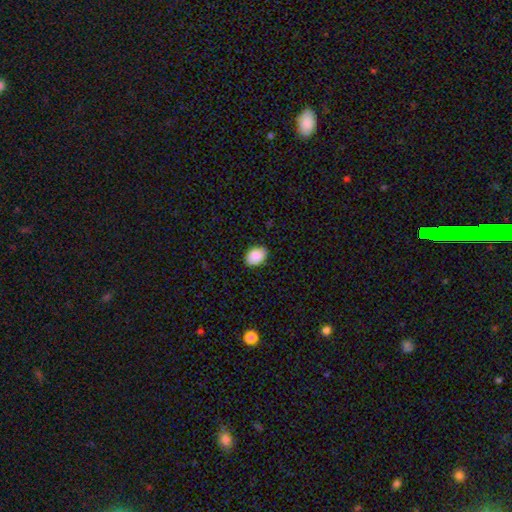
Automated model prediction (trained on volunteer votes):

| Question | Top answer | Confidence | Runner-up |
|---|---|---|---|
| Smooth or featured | smooth | 87% | star or artifact (7%) |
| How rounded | in between | 82% | round (17%) |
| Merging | none | 85% | minor disturbance (12%) |